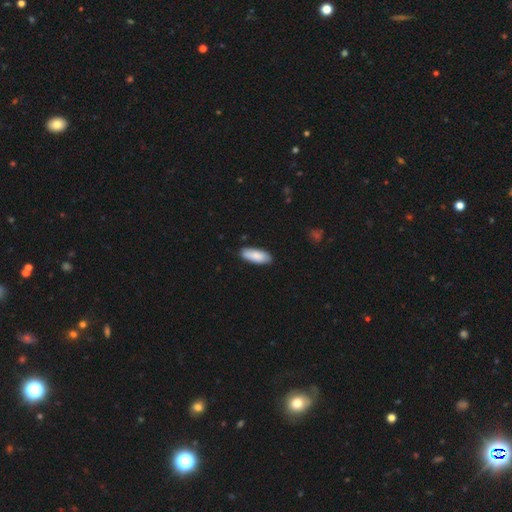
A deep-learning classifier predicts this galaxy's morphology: Smooth or featured? Predicted: smooth (p=0.87). How rounded? Predicted: in between (p=0.75). Merging? Predicted: none (p=0.86).